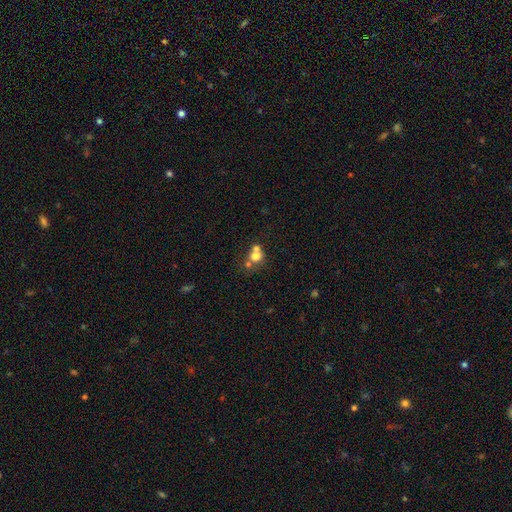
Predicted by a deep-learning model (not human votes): This is likely a smooth galaxy (68%). How rounded: likely round (77%). Merging: possibly merger (55%).